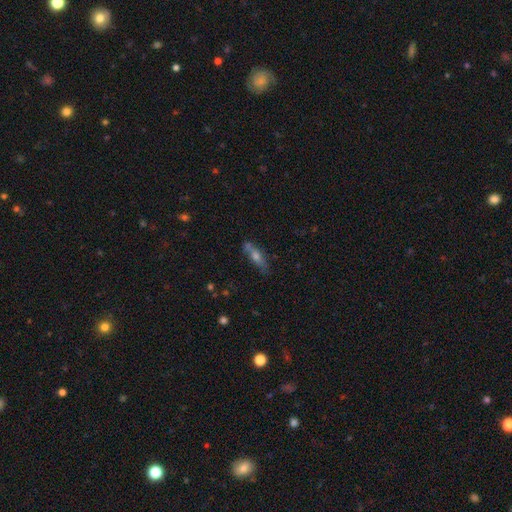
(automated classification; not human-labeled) featured or disk 45%, smooth 44%, star or artifact 11%. Down the decision tree: merging — none (68%).